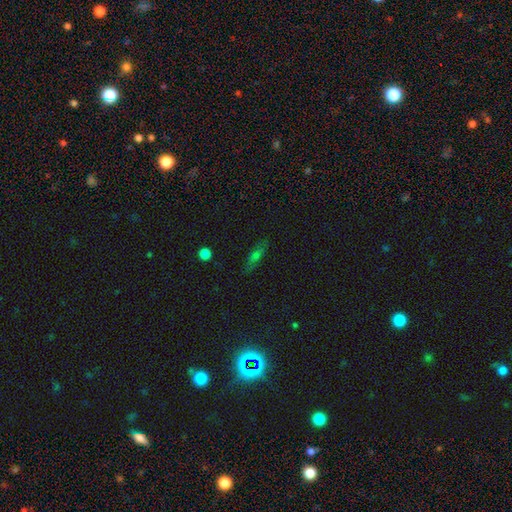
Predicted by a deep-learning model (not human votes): Q: Smooth or featured?
A: smooth (49%); runner-up: featured or disk (34%)
Q: Merging?
A: none (83%); runner-up: minor disturbance (12%)